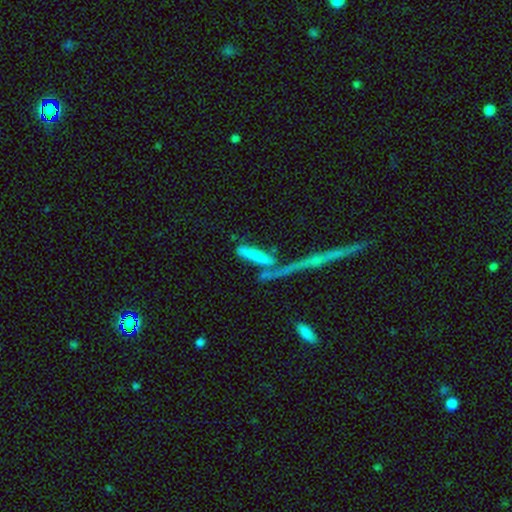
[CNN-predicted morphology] smooth_or_featured: smooth (p=0.68) [alt: featured or disk p=0.21]
how_rounded: cigar-shaped (p=0.76) [alt: in between p=0.21]
merging: none (p=0.43) [alt: merger p=0.34]